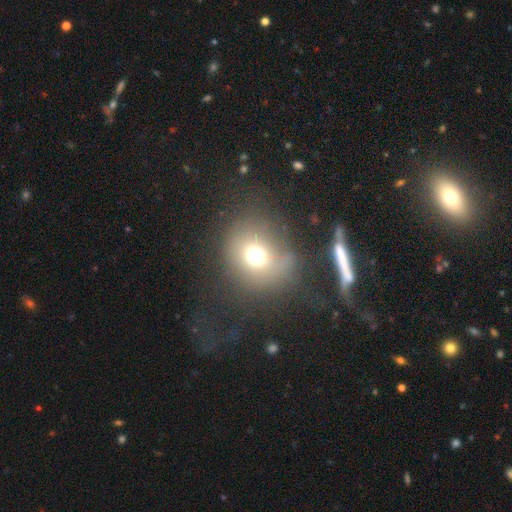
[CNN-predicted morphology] Smooth or featured? smooth (66%)
How rounded? round (75%)
Merging? none (66%)